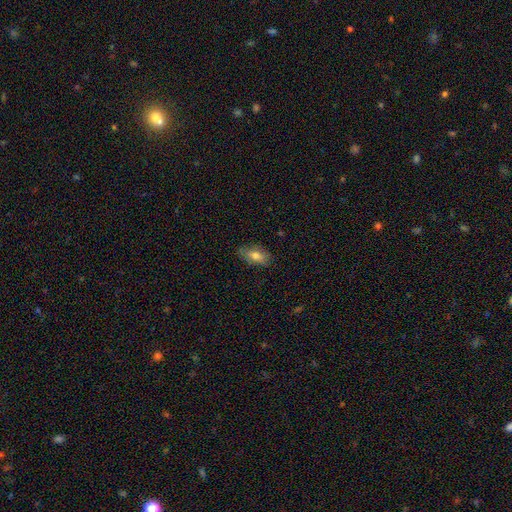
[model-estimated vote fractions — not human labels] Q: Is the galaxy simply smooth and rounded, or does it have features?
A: smooth — 73%.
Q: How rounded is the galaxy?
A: in between — 85%.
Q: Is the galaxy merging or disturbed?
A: none — 80%.